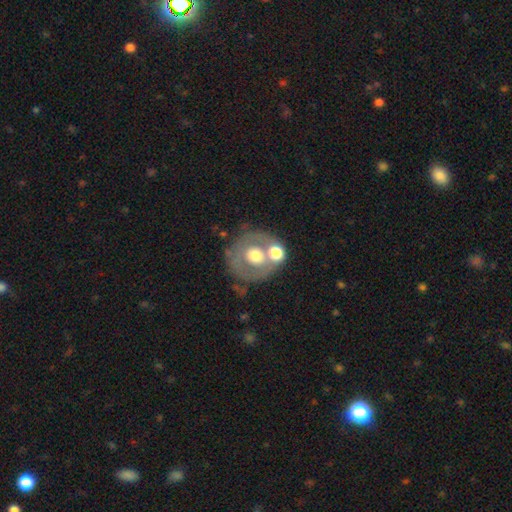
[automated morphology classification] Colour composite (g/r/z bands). It shows a featured or disk galaxy (46%). Merging: none (62%).